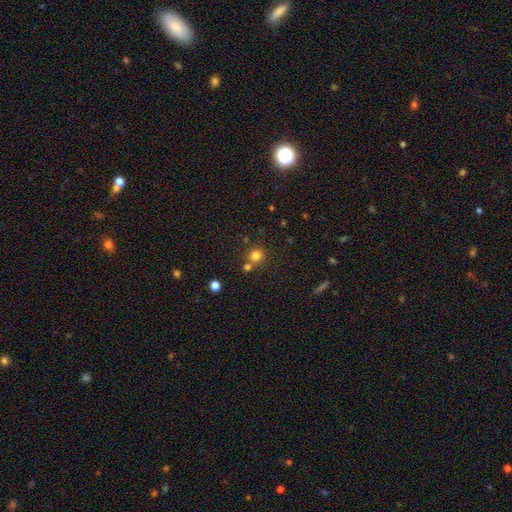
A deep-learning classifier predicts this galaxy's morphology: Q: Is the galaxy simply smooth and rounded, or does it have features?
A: smooth — 79%.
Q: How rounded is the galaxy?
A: round — 92%.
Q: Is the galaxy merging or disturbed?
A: none — 68%.